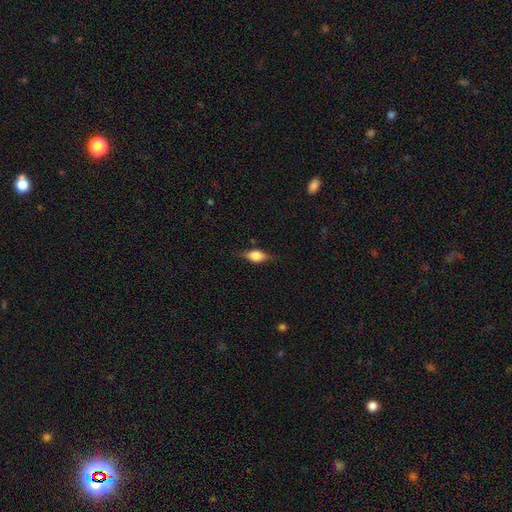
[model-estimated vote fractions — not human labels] Smooth or featured?
  - smooth: 62% *
  - featured or disk: 30%
  - star or artifact: 8%
How rounded?
  - in between: 79% *
  - cigar-shaped: 13%
  - round: 9%
Merging?
  - none: 76% *
  - minor disturbance: 18%
  - major disturbance: 4%
  - merger: 1%